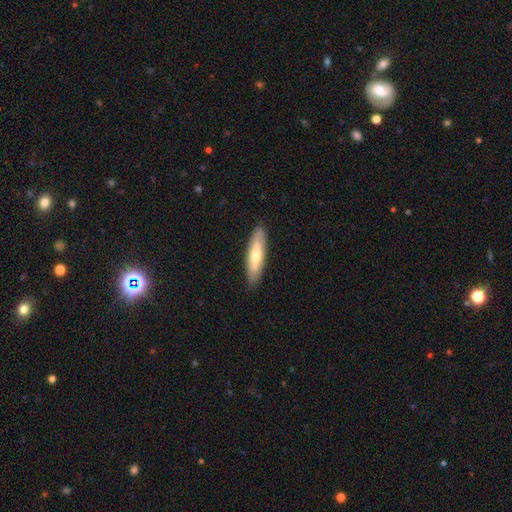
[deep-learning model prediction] The model was most divided on "smooth or featured": smooth: 61%, featured or disk: 33%, star or artifact: 5%. More confident: merging — none (88%); how rounded — cigar-shaped (72%).